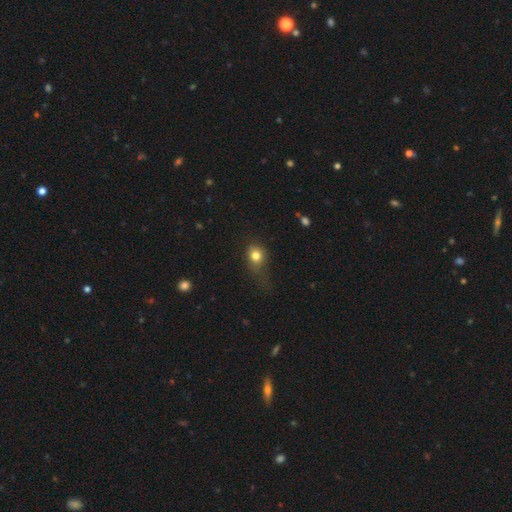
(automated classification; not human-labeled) A smooth galaxy with no disk features (79%) that is round (65%).

Vote fractions:
- Smooth or featured? smooth: 79% / star or artifact: 12% / featured or disk: 9%
- How rounded? round: 65% / in between: 33% / cigar-shaped: 2%
- Merging? none: 41% / minor disturbance: 30% / major disturbance: 26% / merger: 3%